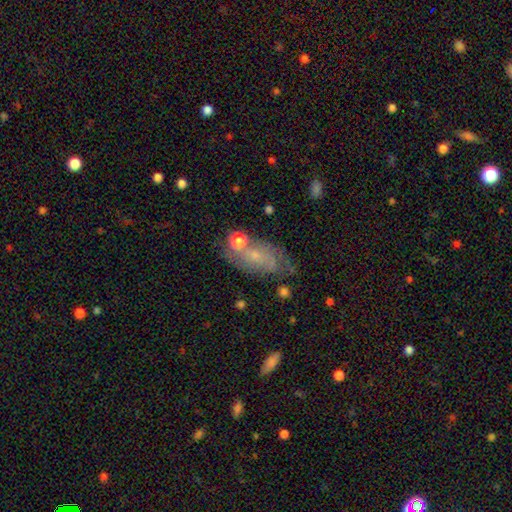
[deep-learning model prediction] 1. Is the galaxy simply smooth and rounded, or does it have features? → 58% featured or disk, 31% smooth, 11% star or artifact.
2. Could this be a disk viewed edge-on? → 93% no, 7% yes.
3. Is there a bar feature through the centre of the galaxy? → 73% no, 23% weak, 4% strong.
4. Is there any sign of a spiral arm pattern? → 77% yes, 23% no.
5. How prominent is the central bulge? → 70% small, 19% moderate, 9% none, 2% large, 1% dominant.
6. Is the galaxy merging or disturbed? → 53% none, 24% minor disturbance, 12% major disturbance, 11% merger.